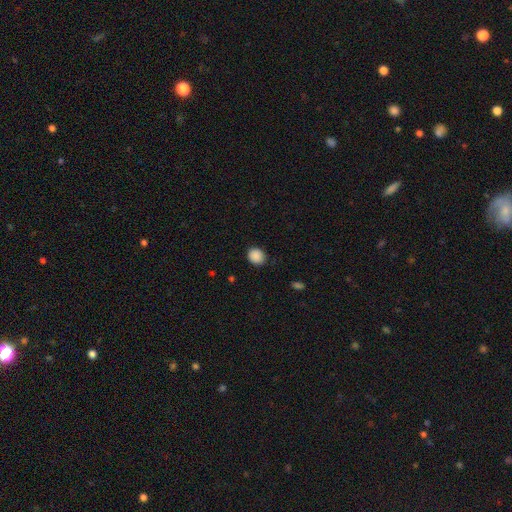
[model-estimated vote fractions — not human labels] Smooth or featured?
  - smooth: 89% *
  - star or artifact: 9%
  - featured or disk: 3%
How rounded?
  - round: 77% *
  - in between: 22%
  - cigar-shaped: 1%
Merging?
  - none: 86% *
  - minor disturbance: 11%
  - major disturbance: 3%
  - merger: 1%